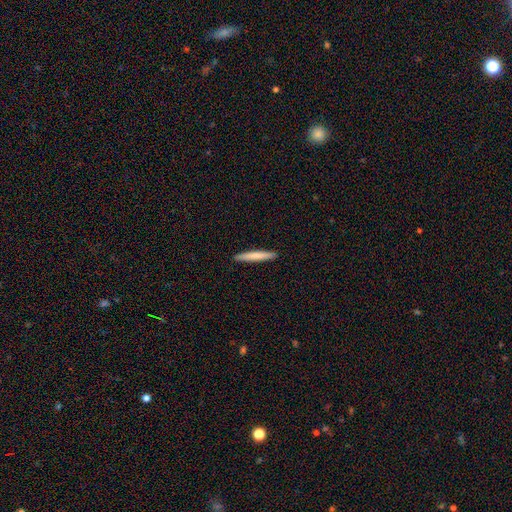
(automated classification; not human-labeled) This appears to be a smooth galaxy with no disk features (76%) that is cigar-shaped (96%). Merging: none (92%).